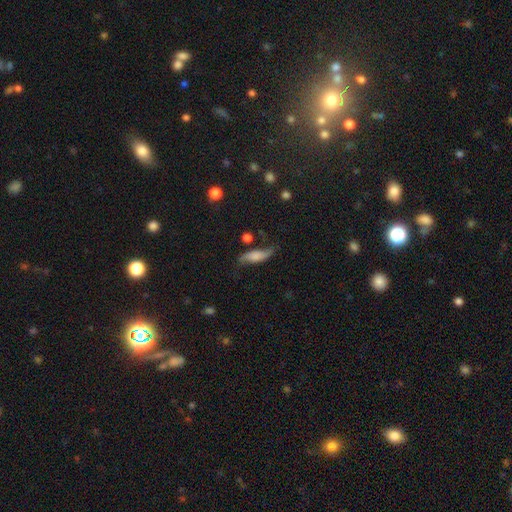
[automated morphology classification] Smooth or featured? featured or disk (51%)
Edge-on disk? no (74%)
Merging? none (60%)